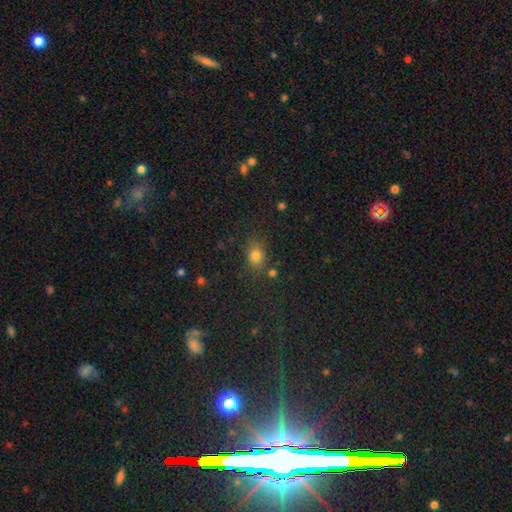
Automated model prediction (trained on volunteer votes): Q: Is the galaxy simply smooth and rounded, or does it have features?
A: smooth — 75%.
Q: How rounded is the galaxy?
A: in between — 58%.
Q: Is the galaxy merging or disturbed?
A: none — 76%.